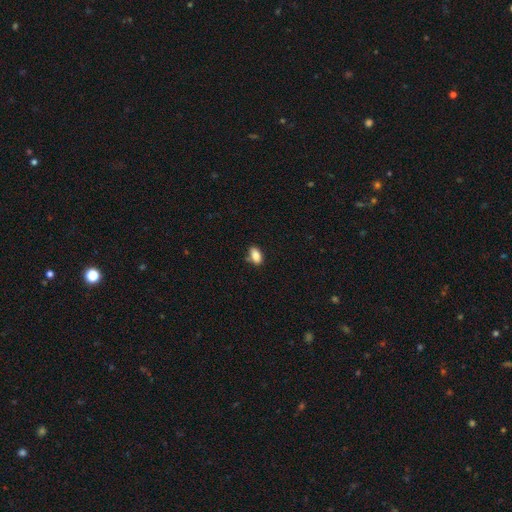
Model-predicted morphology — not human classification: Smooth or featured: smooth — 87% (star or artifact — 8%)
How rounded: in between — 90% (round — 6%)
Merging: none — 74% (minor disturbance — 18%)